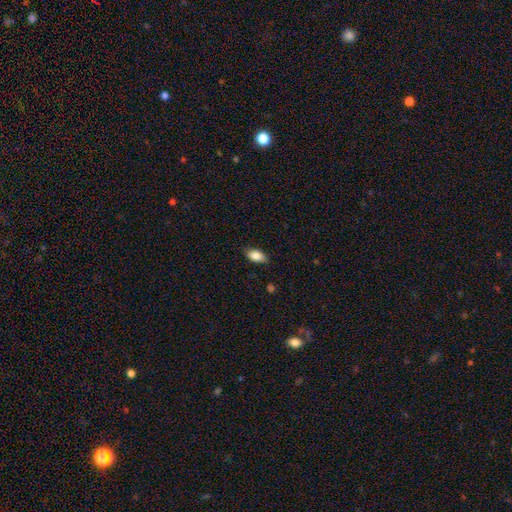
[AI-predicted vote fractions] Smooth or featured? smooth (86%)
How rounded? in between (90%)
Merging? none (84%)